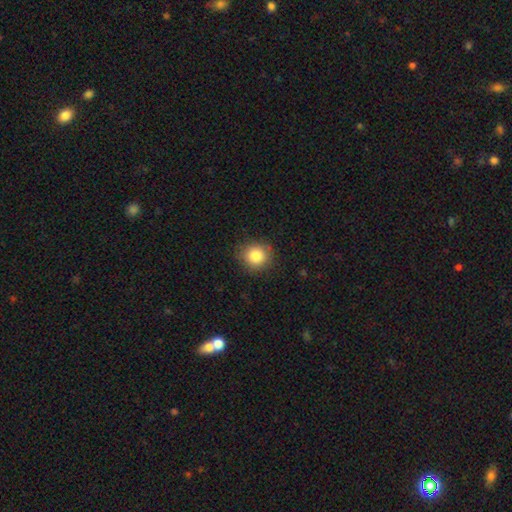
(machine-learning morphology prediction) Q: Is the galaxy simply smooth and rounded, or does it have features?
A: smooth — 83%.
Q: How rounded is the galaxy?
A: round — 88%.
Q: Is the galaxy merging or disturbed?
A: none — 86%.